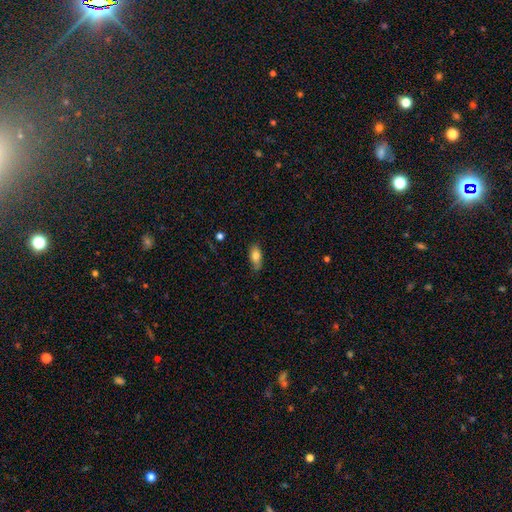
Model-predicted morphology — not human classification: type=smooth (78%); roundness=in between (83%); merging=none (71%).